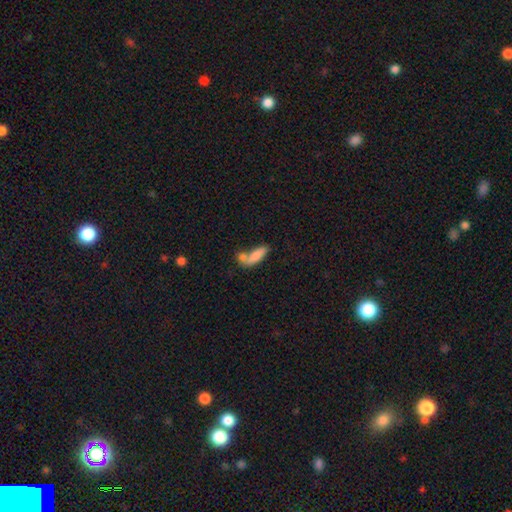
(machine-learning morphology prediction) This is likely a smooth galaxy (76%). How rounded: possibly in between (55%). Merging: possibly merger (48%).